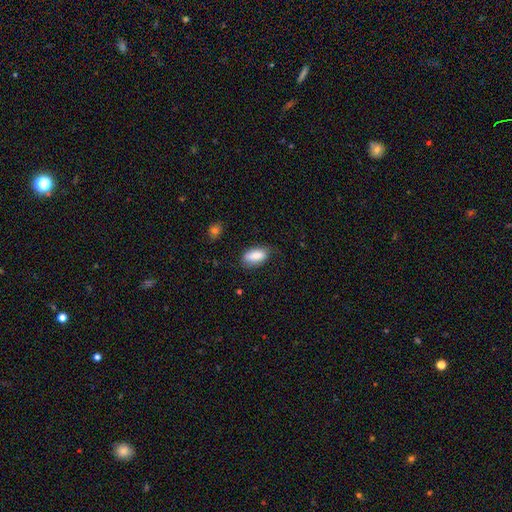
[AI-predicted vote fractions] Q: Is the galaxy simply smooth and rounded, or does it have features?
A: smooth — 84%.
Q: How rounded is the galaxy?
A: in between — 91%.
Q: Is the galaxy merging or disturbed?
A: none — 67%.